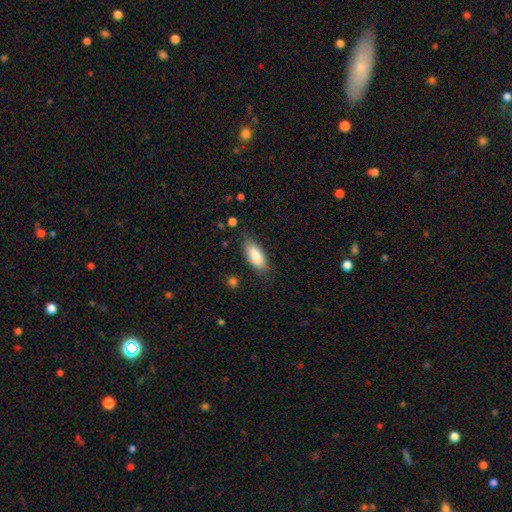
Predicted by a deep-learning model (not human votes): smooth_or_featured: smooth (p=0.85) [alt: featured or disk p=0.09]
how_rounded: in between (p=0.81) [alt: cigar-shaped p=0.17]
merging: none (p=0.79) [alt: minor disturbance p=0.16]